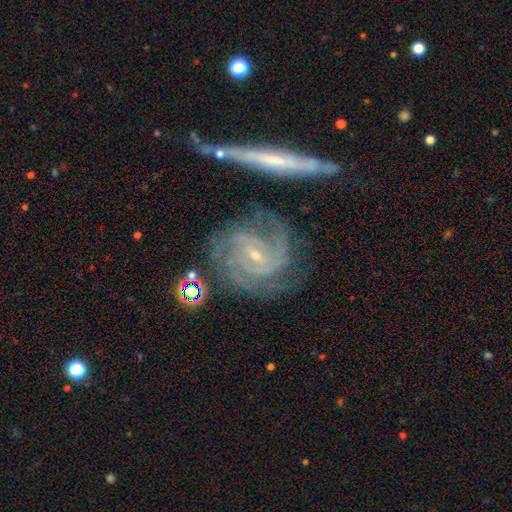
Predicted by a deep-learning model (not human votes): smooth-or-featured: featured or disk: 89% | star or artifact: 6% | smooth: 5%
  disk-edge-on: no: 96% | yes: 4%
    bar: no: 43% | weak: 38% | strong: 19%
    has-spiral-arms: yes: 98% | no: 2%
      spiral-winding: tight: 68% | medium: 28% | loose: 5%
      spiral-arm-count: 3: 29% | 2: 24% | can't tell: 18% | 4: 16% | more than 4: 7% | 1: 6%
    bulge-size: small: 78% | moderate: 18% | none: 2% | large: 1% | dominant: 1%
  merging: none: 67% | minor disturbance: 18% | merger: 8% | major disturbance: 8%